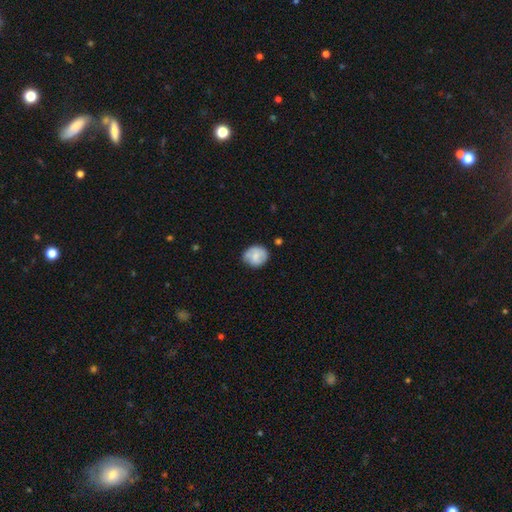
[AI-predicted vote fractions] Smooth or featured?
  - smooth: 68% *
  - featured or disk: 25%
  - star or artifact: 7%
How rounded?
  - round: 69% *
  - in between: 30%
  - cigar-shaped: 1%
Merging?
  - none: 64% *
  - minor disturbance: 27%
  - major disturbance: 6%
  - merger: 3%